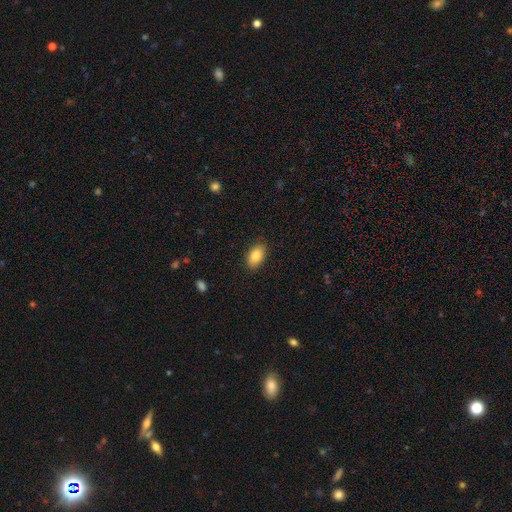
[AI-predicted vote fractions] This appears to be a smooth galaxy with no disk features (85%) that is in between round and cigar-shaped (92%). Merging: none (86%).